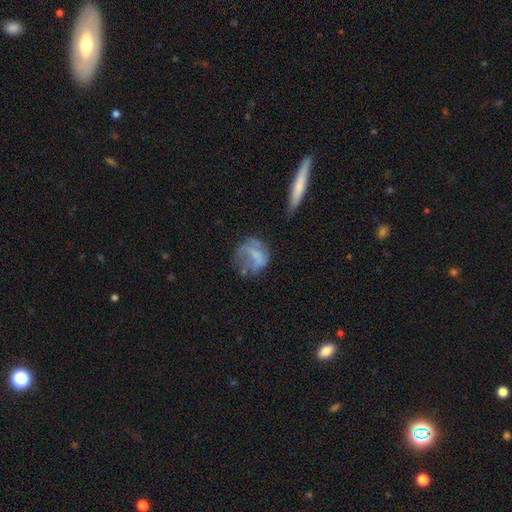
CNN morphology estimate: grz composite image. It shows a smooth galaxy with no disk features (45%). Merging: none (41%).